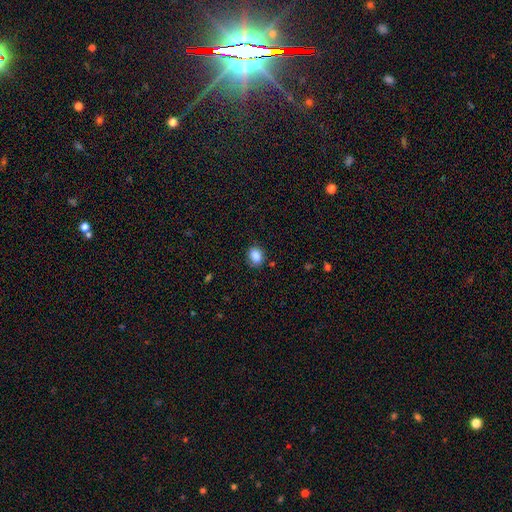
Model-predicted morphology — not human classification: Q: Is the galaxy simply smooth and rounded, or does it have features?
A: smooth — 87%.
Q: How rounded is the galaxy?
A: in between — 60%.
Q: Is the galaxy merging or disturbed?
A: none — 80%.